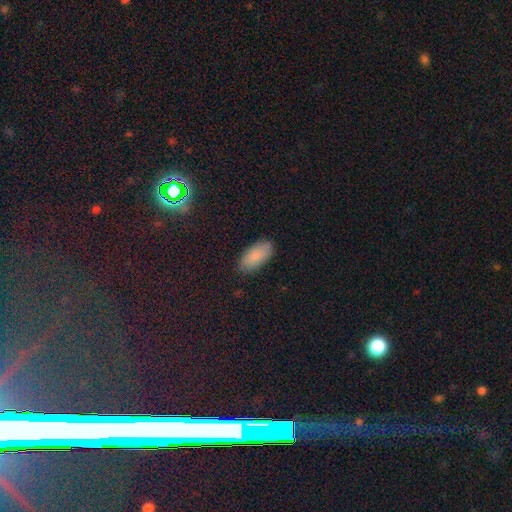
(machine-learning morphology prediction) smooth 87%, star or artifact 7%, featured or disk 6%. Down the decision tree: how rounded — in between (92%); merging — none (85%).